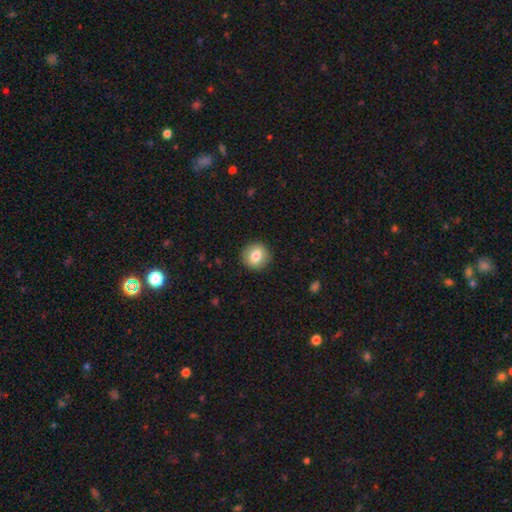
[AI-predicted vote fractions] Smooth or featured? smooth (79%)
How rounded? round (89%)
Merging? none (91%)